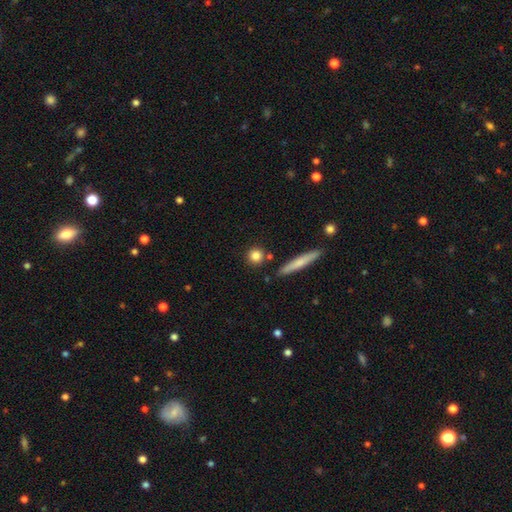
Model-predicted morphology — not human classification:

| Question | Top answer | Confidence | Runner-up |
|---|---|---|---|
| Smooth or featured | smooth | 81% | featured or disk (10%) |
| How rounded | round | 85% | in between (9%) |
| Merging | none | 82% | minor disturbance (8%) |